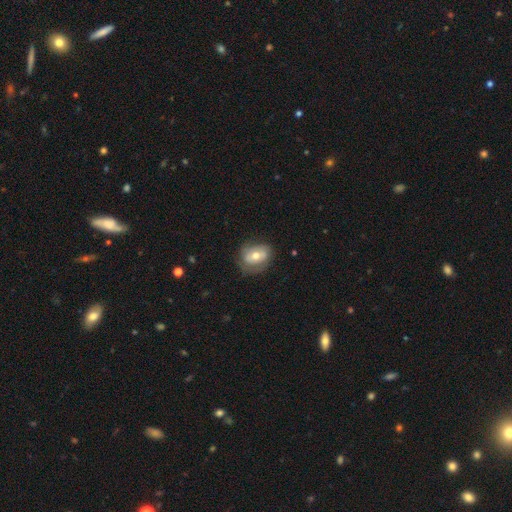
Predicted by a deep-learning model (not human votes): smooth-or-featured: featured or disk: 48% | smooth: 45% | star or artifact: 7%
  merging: none: 65% | minor disturbance: 24% | major disturbance: 10% | merger: 1%